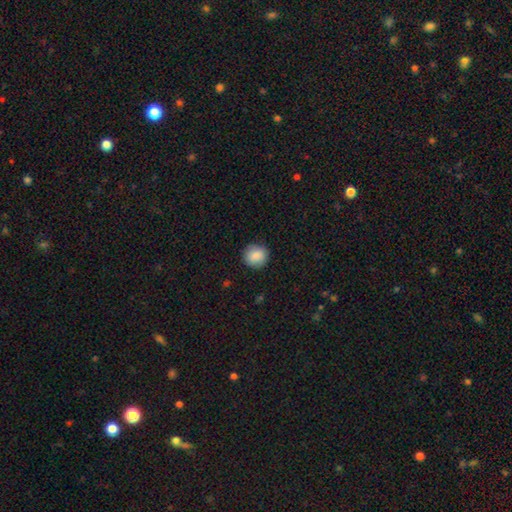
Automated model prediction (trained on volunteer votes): The model was most divided on "smooth or featured": smooth: 88%, star or artifact: 8%, featured or disk: 4%. More confident: how rounded — round (92%); merging — none (89%).